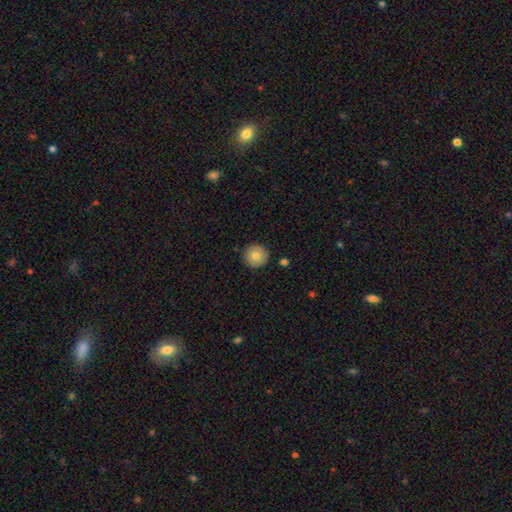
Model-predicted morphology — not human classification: smooth-or-featured: smooth: 75% | featured or disk: 18% | star or artifact: 8%
  how-rounded: round: 95% | in between: 4% | cigar-shaped: 1%
  merging: none: 89% | minor disturbance: 8% | major disturbance: 2% | merger: 2%